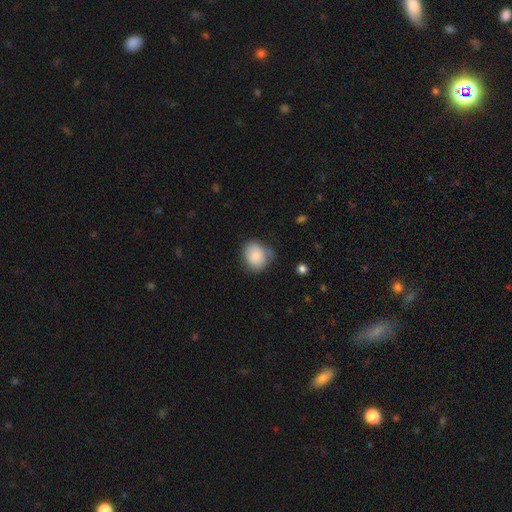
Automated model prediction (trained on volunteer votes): Morphology: type=smooth (82%); roundness=round (61%); merging=none (53%).